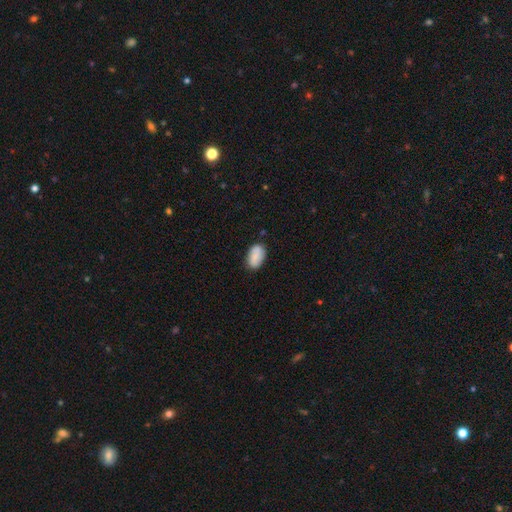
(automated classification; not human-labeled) A smooth galaxy with no disk features (78%) that is in between round and cigar-shaped (91%).

Vote fractions:
- Smooth or featured? smooth: 78% / featured or disk: 15% / star or artifact: 7%
- How rounded? in between: 91% / round: 7% / cigar-shaped: 2%
- Merging? none: 80% / minor disturbance: 15% / major disturbance: 3% / merger: 3%